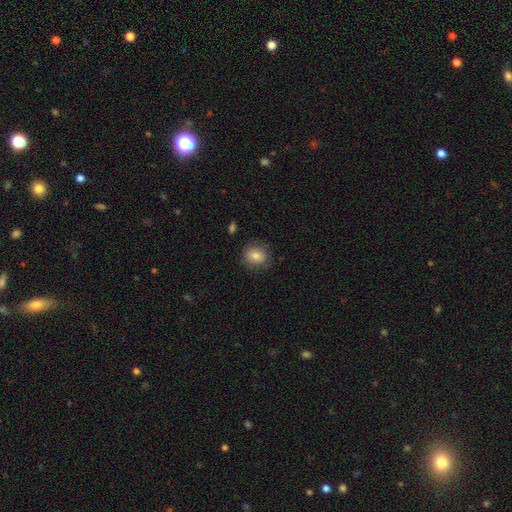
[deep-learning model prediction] Overall: smooth (79%). How rounded: round (73%). Merging: none (79%).